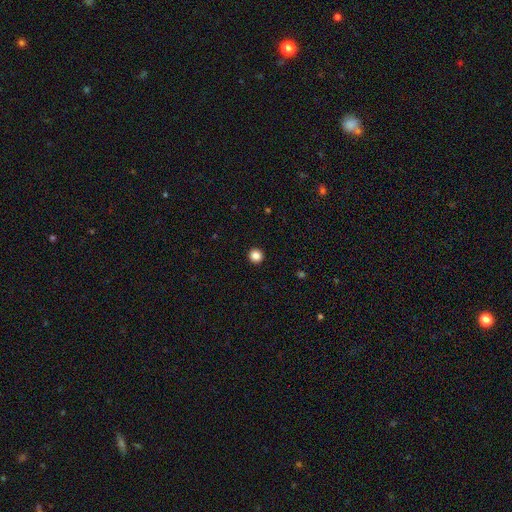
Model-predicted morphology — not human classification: Overall: smooth (86%). How rounded: round (96%). Merging: none (94%).